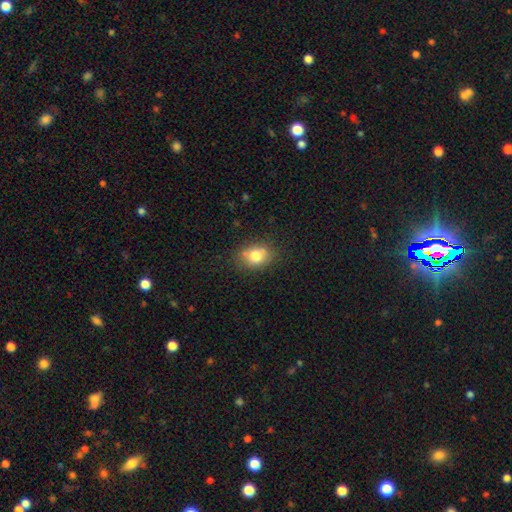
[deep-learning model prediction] This appears to be a smooth galaxy with no disk features (78%) that is in between round and cigar-shaped (61%). Merging: none (74%).